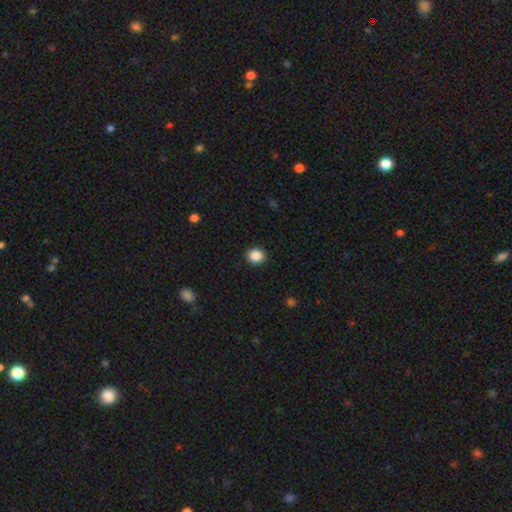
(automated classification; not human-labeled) Overall: smooth (88%). How rounded: round (82%). Merging: none (91%).